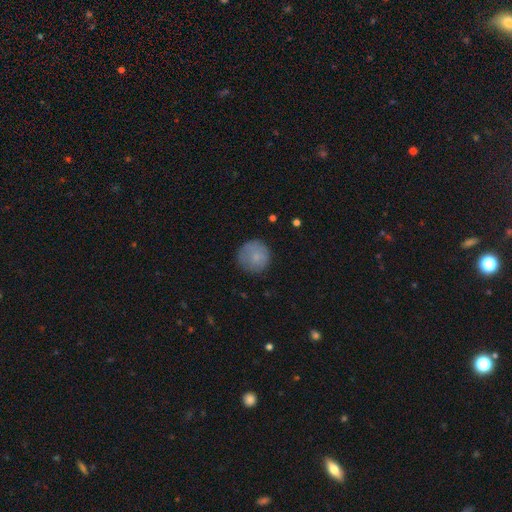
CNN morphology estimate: Smooth or featured: smooth — 80% (featured or disk — 12%)
How rounded: round — 95% (in between — 5%)
Merging: none — 80% (minor disturbance — 15%)